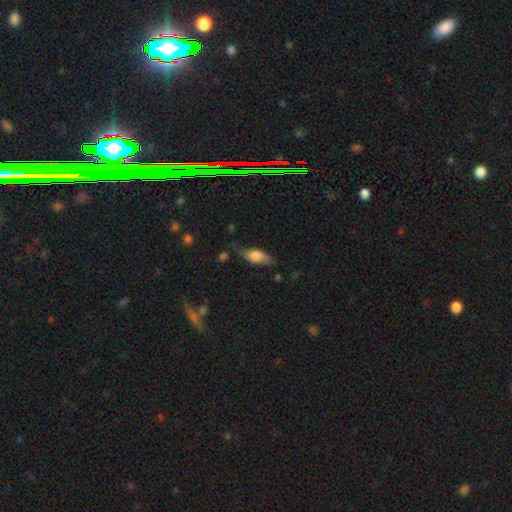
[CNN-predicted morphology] A smooth galaxy with no disk features (64%) that is in between round and cigar-shaped (79%).

Vote fractions:
- Smooth or featured? smooth: 64% / featured or disk: 29% / star or artifact: 7%
- How rounded? in between: 79% / cigar-shaped: 18% / round: 4%
- Merging? none: 56% / minor disturbance: 31% / major disturbance: 10% / merger: 3%